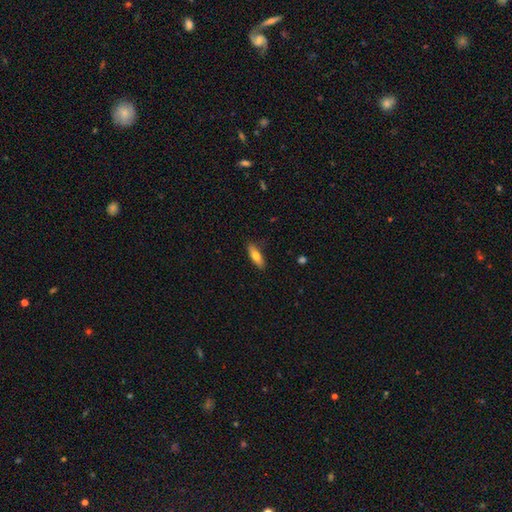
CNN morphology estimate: A smooth galaxy with no disk features (69%) that is in between round and cigar-shaped (50%). Merging: none (87%).